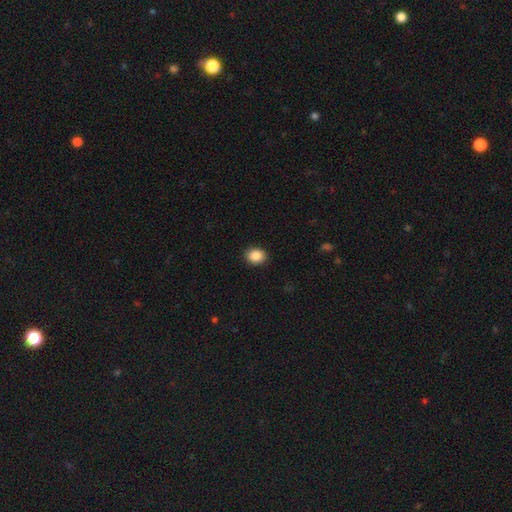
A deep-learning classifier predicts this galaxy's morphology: smooth_or_featured: smooth (p=0.88) [alt: star or artifact p=0.09]
how_rounded: round (p=0.54) [alt: in between p=0.45]
merging: none (p=0.90) [alt: minor disturbance p=0.07]